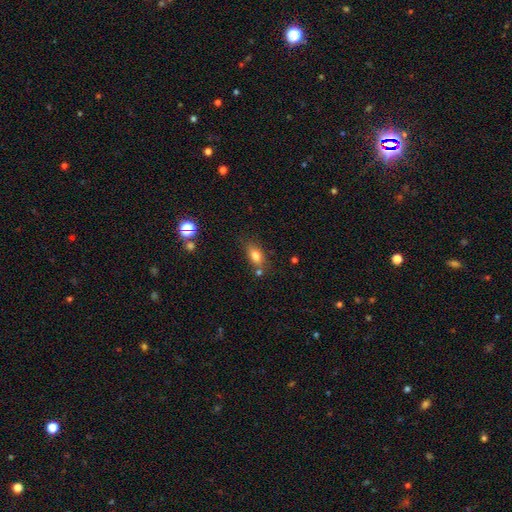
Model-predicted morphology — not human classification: smooth_or_featured: smooth (p=0.77) [alt: featured or disk p=0.13]
how_rounded: in between (p=0.79) [alt: cigar-shaped p=0.11]
merging: none (p=0.65) [alt: minor disturbance p=0.17]